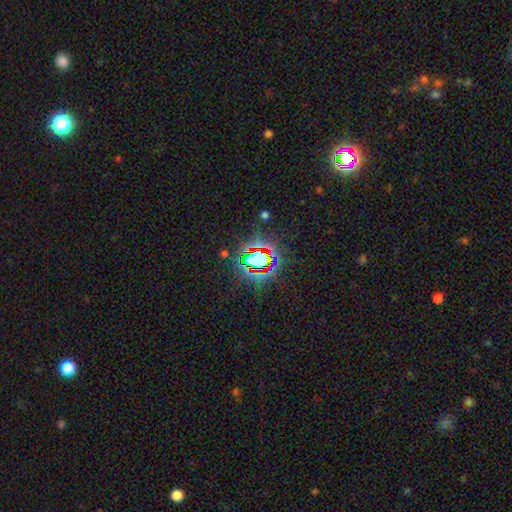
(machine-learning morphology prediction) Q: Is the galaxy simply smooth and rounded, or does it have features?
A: star or artifact — 71%.